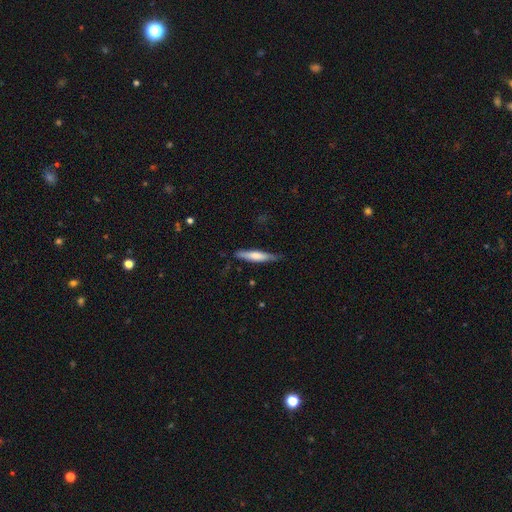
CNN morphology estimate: Smooth or featured?
  - smooth: 57% *
  - featured or disk: 38%
  - star or artifact: 5%
How rounded?
  - cigar-shaped: 86% *
  - in between: 12%
  - round: 1%
Merging?
  - none: 77% *
  - minor disturbance: 18%
  - major disturbance: 3%
  - merger: 2%